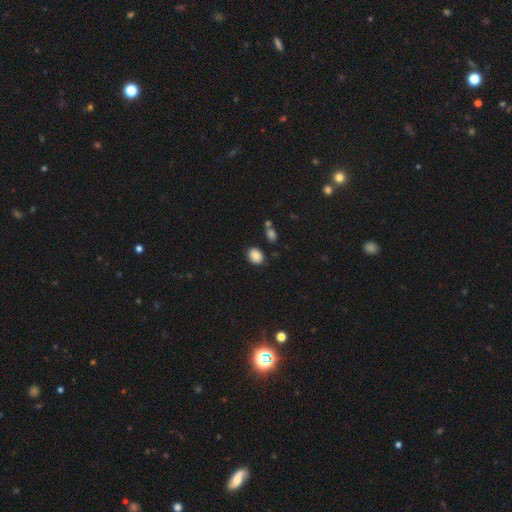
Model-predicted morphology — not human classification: type=smooth (87%); roundness=in between (53%); merging=none (83%).